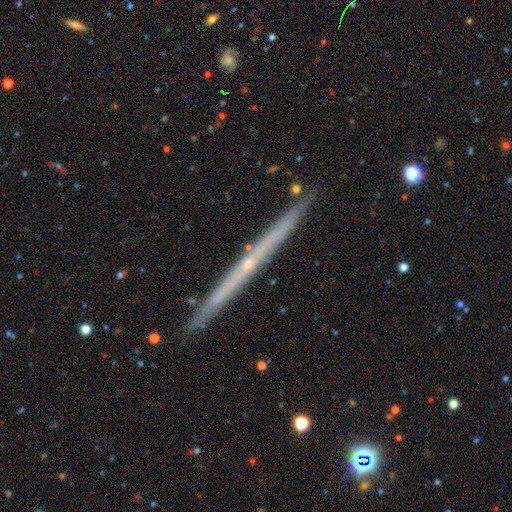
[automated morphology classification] smooth-or-featured: featured or disk: 71% | smooth: 21% | star or artifact: 8%
  disk-edge-on: yes: 97% | no: 3%
    edge-on-bulge: none: 72% | rounded: 25% | boxy: 3%
  merging: none: 91% | minor disturbance: 7% | merger: 1% | major disturbance: 1%